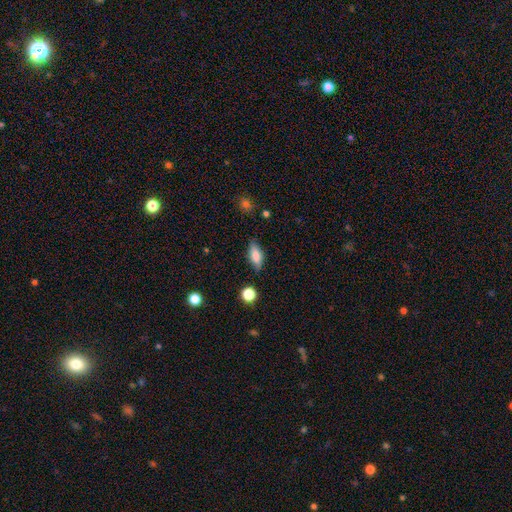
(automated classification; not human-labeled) smooth_or_featured: smooth (p=0.72) [alt: featured or disk p=0.19]
how_rounded: in between (p=0.75) [alt: cigar-shaped p=0.20]
merging: none (p=0.79) [alt: minor disturbance p=0.16]